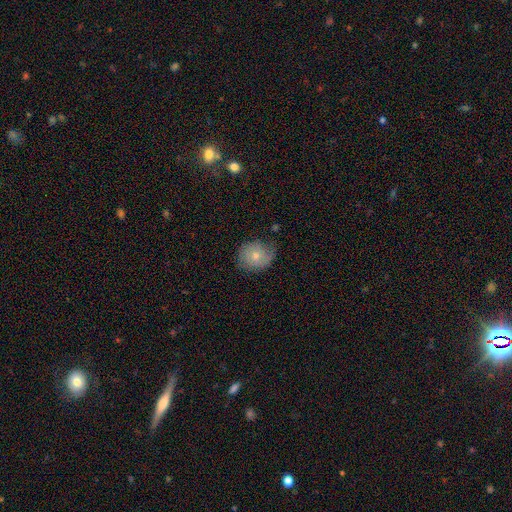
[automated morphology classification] smooth 66%, featured or disk 26%, star or artifact 8%. Down the decision tree: how rounded — round (71%); merging — none (63%).